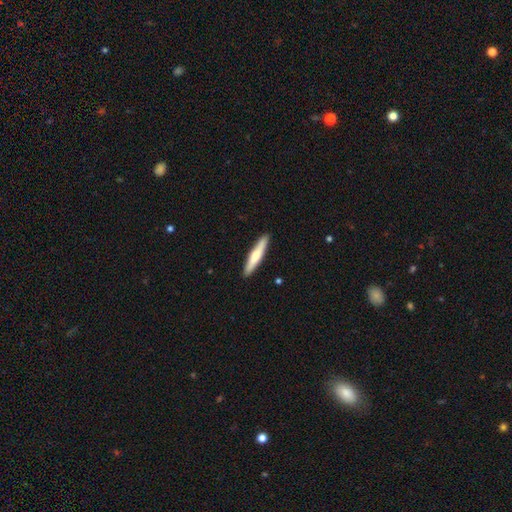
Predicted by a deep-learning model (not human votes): Smooth or featured? smooth (58%)
How rounded? cigar-shaped (91%)
Merging? none (91%)